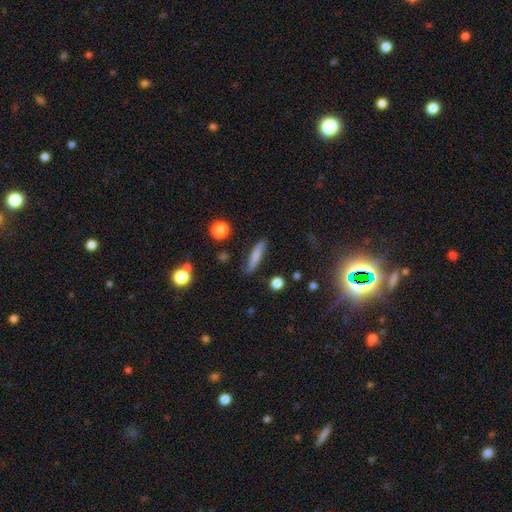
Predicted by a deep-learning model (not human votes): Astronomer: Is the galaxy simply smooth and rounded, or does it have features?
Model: smooth — 67%.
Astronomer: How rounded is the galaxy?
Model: cigar-shaped — 84%.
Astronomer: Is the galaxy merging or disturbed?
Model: none — 79%.